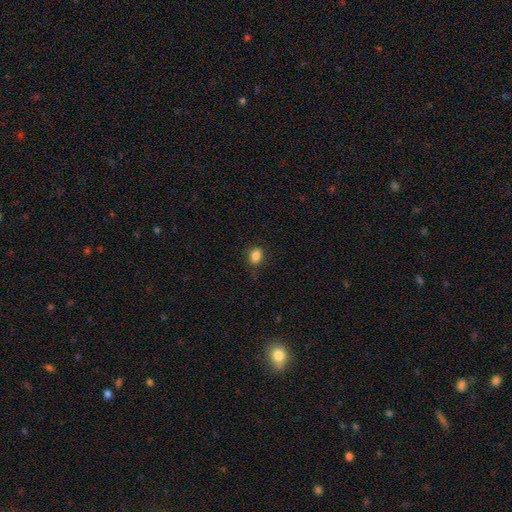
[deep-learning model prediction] Smooth or featured?
  - smooth: 85% *
  - star or artifact: 10%
  - featured or disk: 4%
How rounded?
  - in between: 65% *
  - round: 34%
  - cigar-shaped: 1%
Merging?
  - none: 80% *
  - minor disturbance: 15%
  - major disturbance: 4%
  - merger: 1%